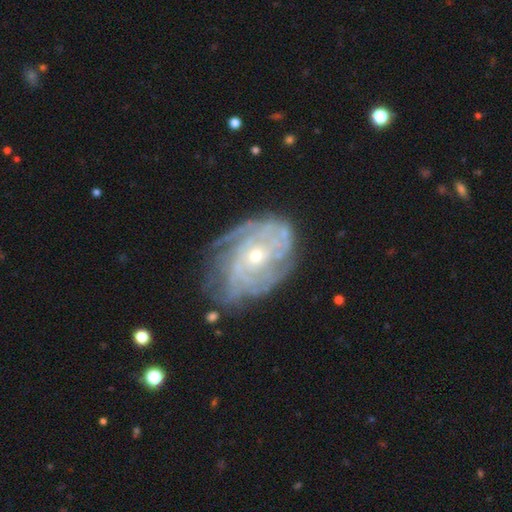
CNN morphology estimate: Overall: featured or disk (86%). Edge-on disk: no (96%). Bar: no (75%). Spiral arms: yes (93%). Spiral arm count: can't tell (42%; 2 16%). Spiral winding: tight (71%). Bulge size: small (60%; moderate 37%). Merging: none (66%).